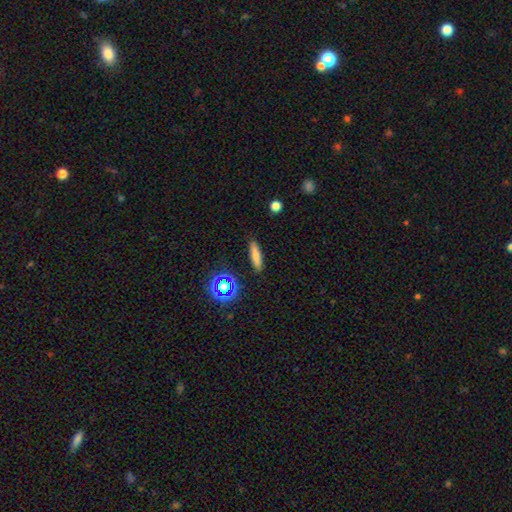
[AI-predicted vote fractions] A smooth galaxy with no disk features (74%) that is cigar-shaped (74%).

Vote fractions:
- Smooth or featured? smooth: 74% / featured or disk: 13% / star or artifact: 13%
- How rounded? cigar-shaped: 74% / in between: 22% / round: 4%
- Merging? none: 88% / minor disturbance: 9% / major disturbance: 2% / merger: 2%